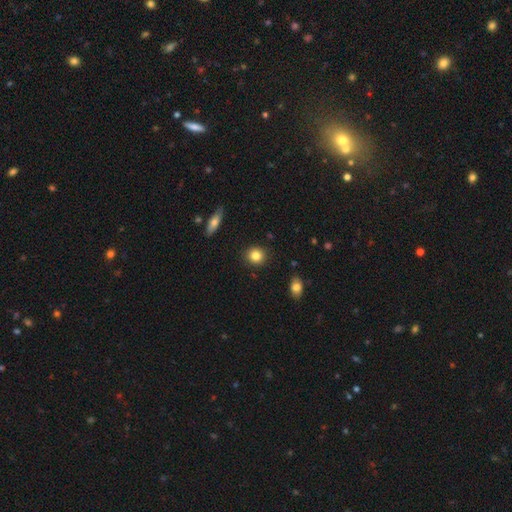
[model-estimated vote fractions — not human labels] Q: Smooth or featured?
A: smooth (85%); runner-up: star or artifact (9%)
Q: How rounded?
A: round (85%); runner-up: in between (13%)
Q: Merging?
A: none (90%); runner-up: minor disturbance (6%)